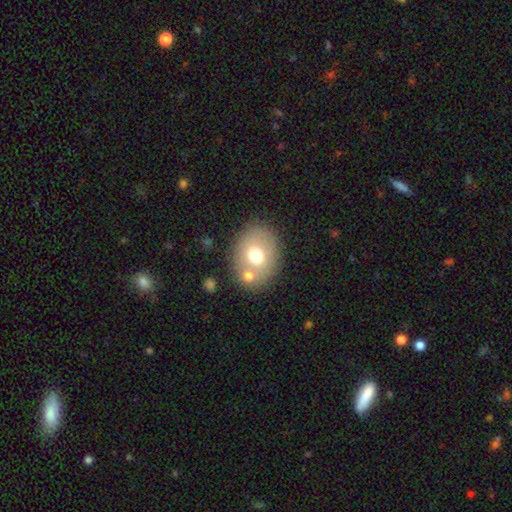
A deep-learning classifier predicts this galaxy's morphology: Smooth or featured: smooth — 67% (featured or disk — 22%)
How rounded: in between — 57% (round — 42%)
Merging: none — 71% (merger — 13%)